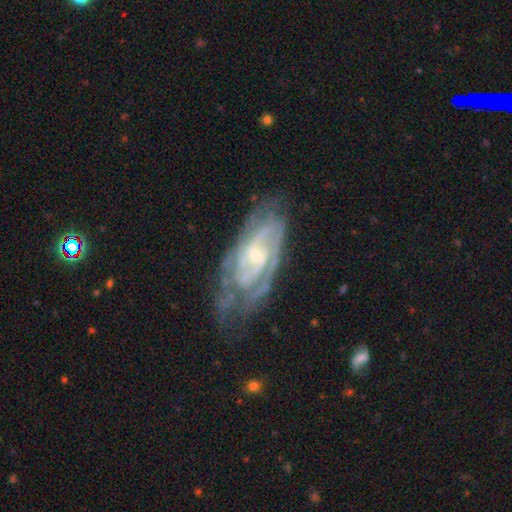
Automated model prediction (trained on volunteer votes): Smooth or featured: featured or disk — 86% (smooth — 9%)
Edge-on disk: no — 93% (yes — 7%)
Bar: no — 51% (weak — 39%)
Spiral arms: yes — 94% (no — 6%)
Spiral winding: tight — 59% (medium — 34%)
Spiral arm count: 2 — 36% (can't tell — 31%)
Bulge size: small — 54% (moderate — 38%)
Merging: none — 61% (minor disturbance — 25%)